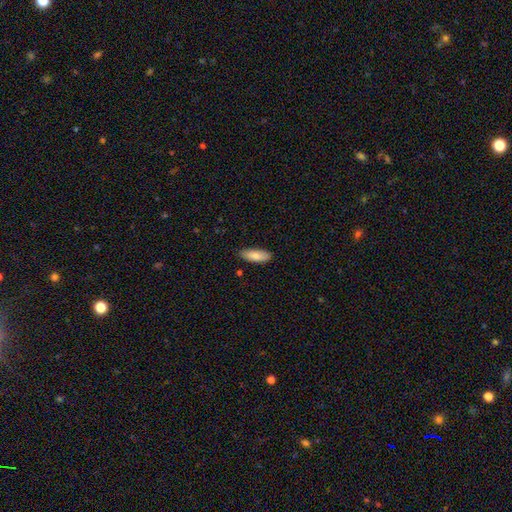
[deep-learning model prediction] This appears to be a smooth galaxy with no disk features (84%) that is in between round and cigar-shaped (69%). Merging: none (85%).